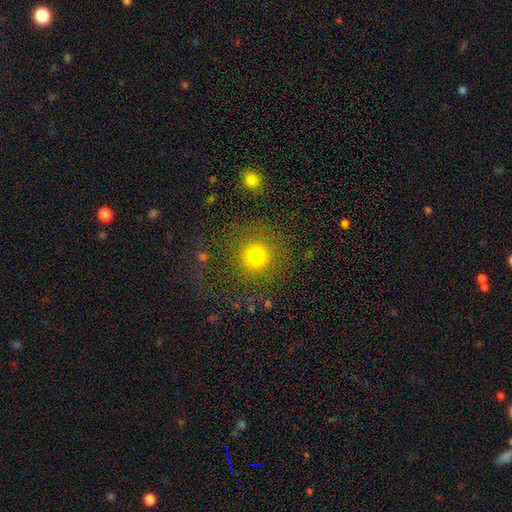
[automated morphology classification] Overall: smooth (75%). How rounded: round (93%). Merging: none (79%).